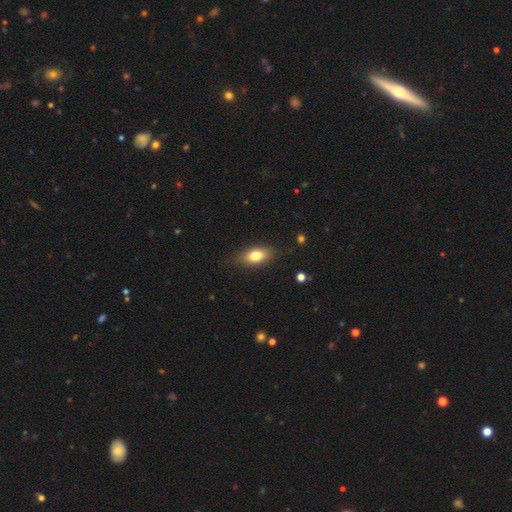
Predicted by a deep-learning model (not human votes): The model was most divided on "smooth or featured": smooth: 78%, featured or disk: 14%, star or artifact: 8%. More confident: how rounded — in between (85%); merging — none (84%).